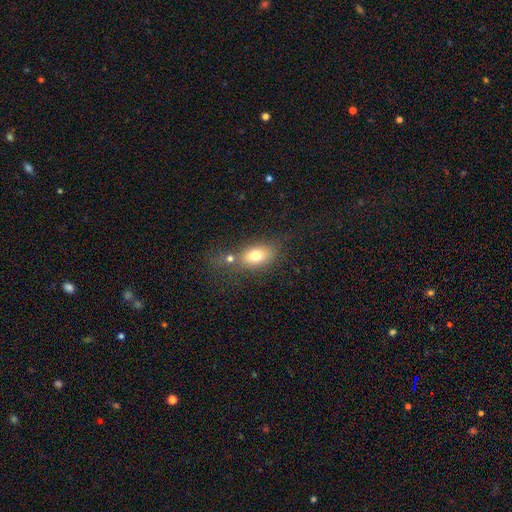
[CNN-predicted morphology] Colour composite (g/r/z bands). It shows a smooth galaxy with no disk features (74%) that is in between round and cigar-shaped (79%). Merging: none (52%).